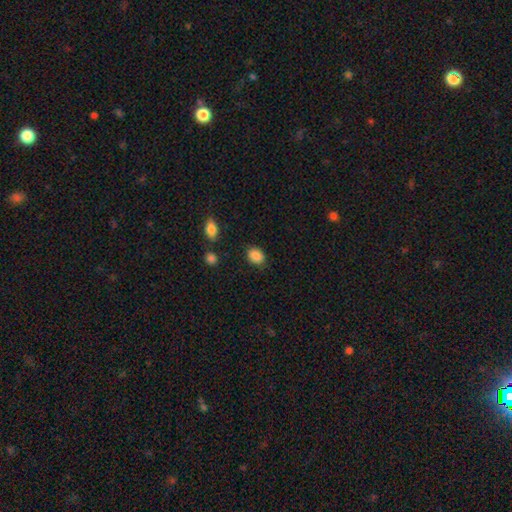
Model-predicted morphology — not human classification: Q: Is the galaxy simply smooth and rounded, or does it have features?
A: smooth — 88%.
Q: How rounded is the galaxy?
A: in between — 64%.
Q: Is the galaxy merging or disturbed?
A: none — 82%.